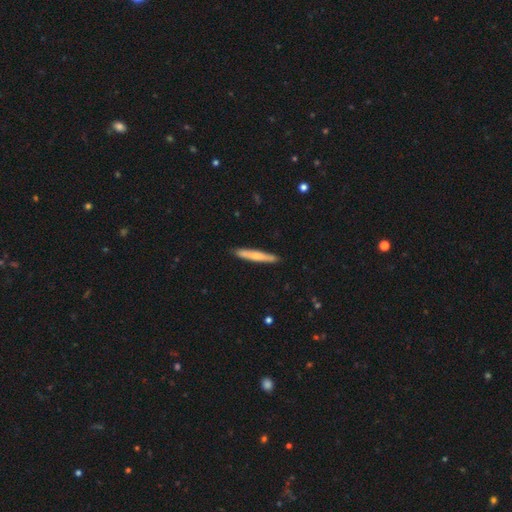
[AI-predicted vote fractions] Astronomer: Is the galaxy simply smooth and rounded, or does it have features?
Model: smooth — 62%.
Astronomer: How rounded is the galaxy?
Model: cigar-shaped — 94%.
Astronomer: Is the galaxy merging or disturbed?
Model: none — 90%.